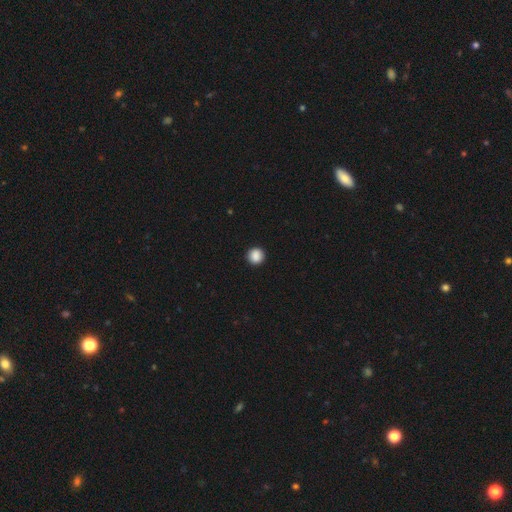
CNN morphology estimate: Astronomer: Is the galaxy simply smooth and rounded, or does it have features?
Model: smooth — 89%.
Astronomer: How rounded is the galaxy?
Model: round — 95%.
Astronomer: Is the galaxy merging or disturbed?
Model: none — 93%.